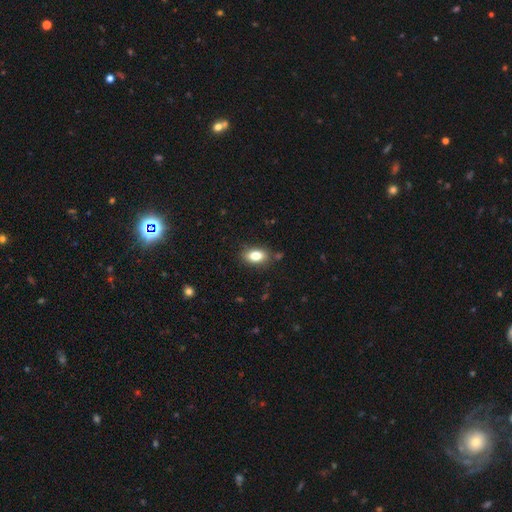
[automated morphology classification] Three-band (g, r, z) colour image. It shows a smooth galaxy with no disk features (82%) that is in between round and cigar-shaped (86%). Merging: none (84%).